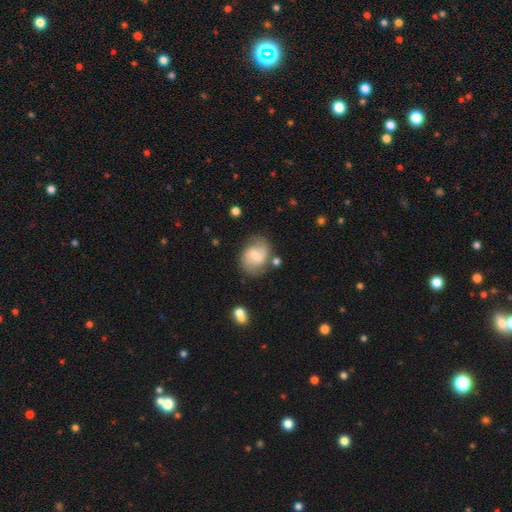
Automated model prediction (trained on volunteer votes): Smooth or featured: featured or disk — 50% (smooth — 42%)
Edge-on disk: no — 96% (yes — 4%)
Merging: none — 67% (minor disturbance — 20%)